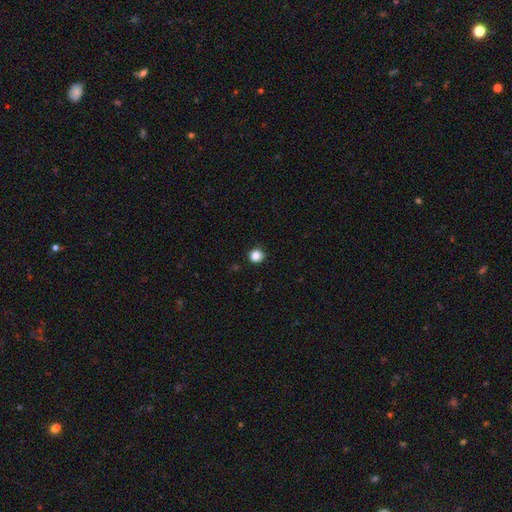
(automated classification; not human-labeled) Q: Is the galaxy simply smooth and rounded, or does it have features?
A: smooth — 86%.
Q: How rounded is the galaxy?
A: round — 91%.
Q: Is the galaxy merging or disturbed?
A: none — 91%.